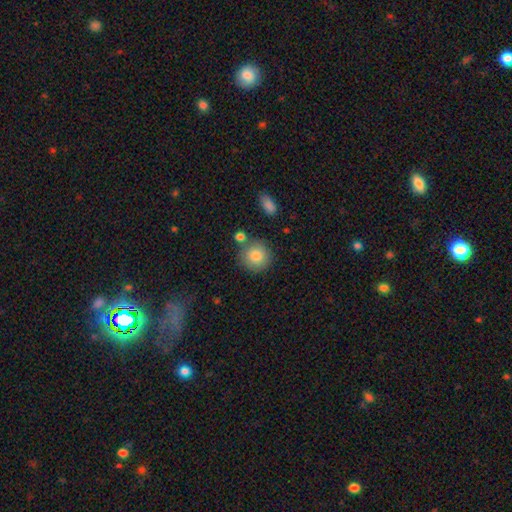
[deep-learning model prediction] smooth_or_featured: smooth (p=0.83) [alt: featured or disk p=0.09]
how_rounded: round (p=0.91) [alt: in between p=0.08]
merging: none (p=0.72) [alt: minor disturbance p=0.12]